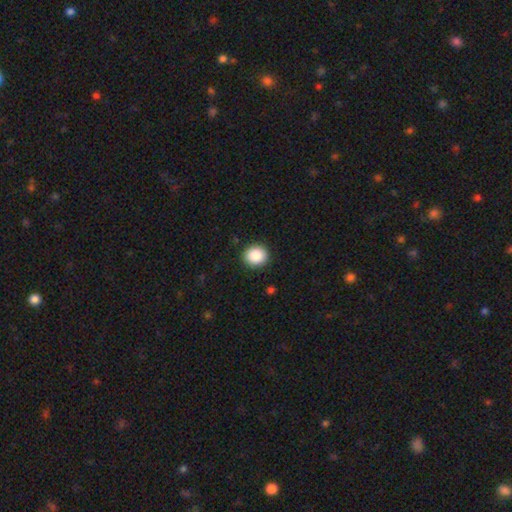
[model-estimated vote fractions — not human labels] This is clearly a smooth galaxy (88%). How rounded: clearly round (83%). Merging: clearly none (91%).